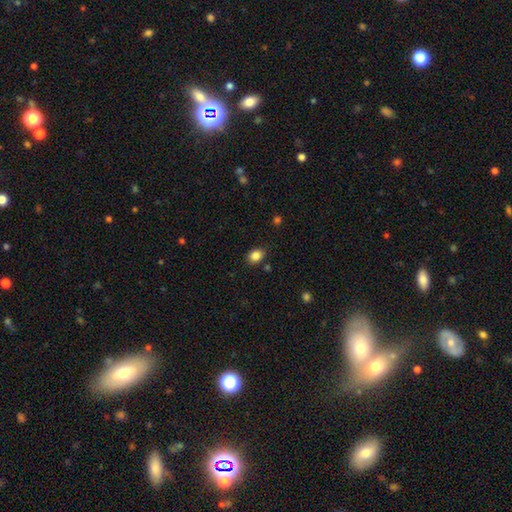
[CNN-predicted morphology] Smooth or featured? smooth (86%)
How rounded? in between (53%)
Merging? none (83%)